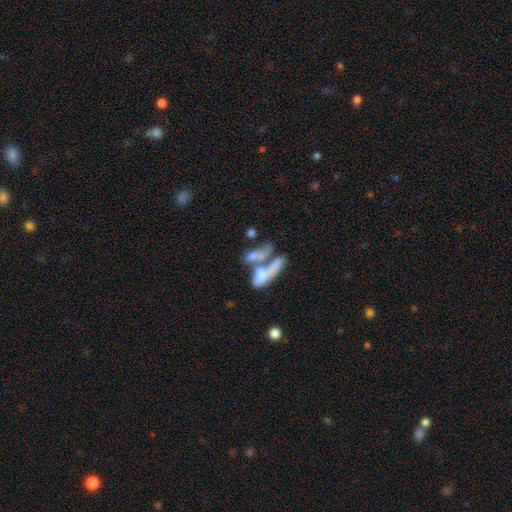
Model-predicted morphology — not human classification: Overall: smooth (58%; featured or disk 32%). How rounded: in between (75%). Merging: merger (66%).